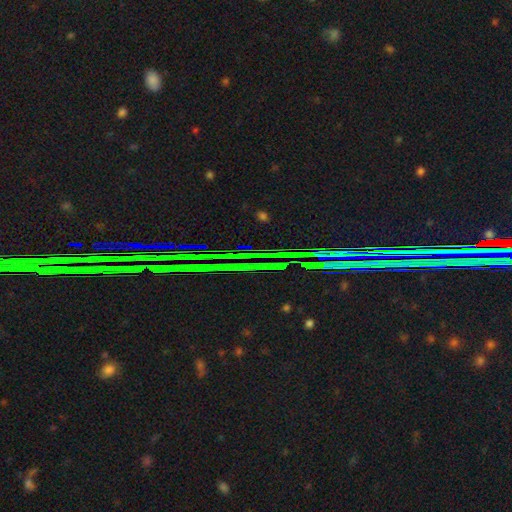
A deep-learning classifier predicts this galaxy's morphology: A star or artifact, not a galaxy (86%).

Vote fractions:
- Smooth or featured? star or artifact: 86% / featured or disk: 8% / smooth: 7%